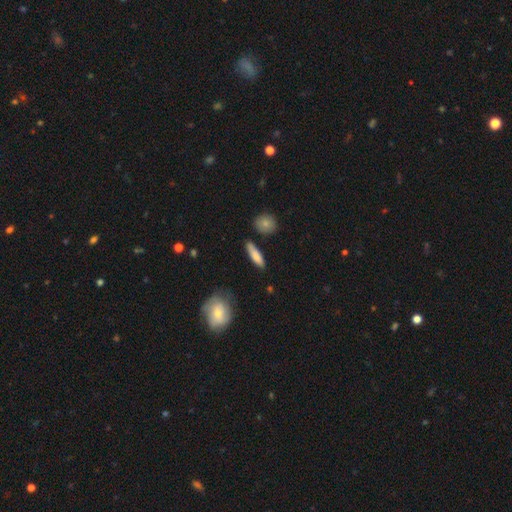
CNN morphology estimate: Smooth or featured? smooth (78%)
How rounded? cigar-shaped (62%)
Merging? none (79%)